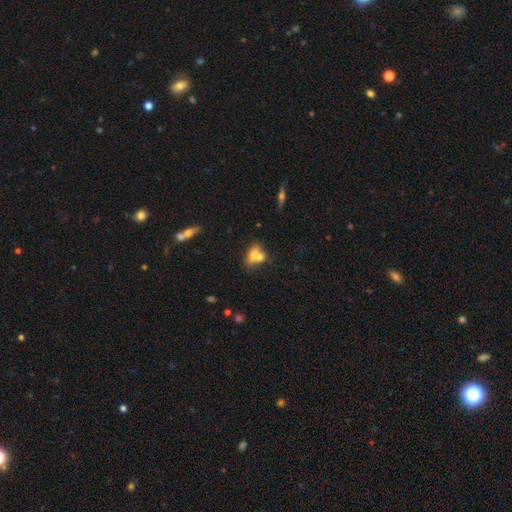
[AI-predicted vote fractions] smooth-or-featured: smooth: 62% | featured or disk: 26% | star or artifact: 12%
  how-rounded: in between: 70% | round: 23% | cigar-shaped: 7%
  merging: merger: 53% | none: 32% | minor disturbance: 10% | major disturbance: 5%